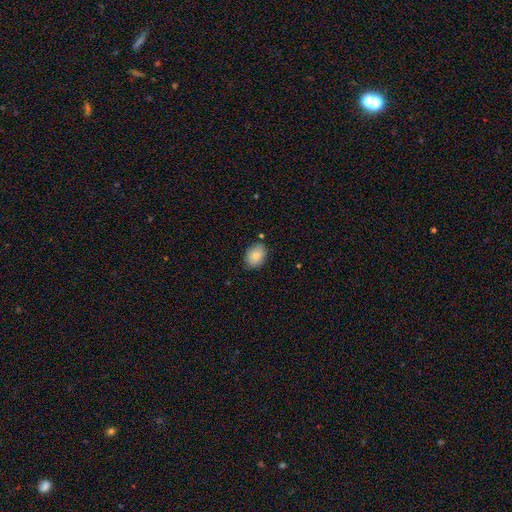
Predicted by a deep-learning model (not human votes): Smooth or featured? smooth (84%)
How rounded? in between (68%)
Merging? none (77%)